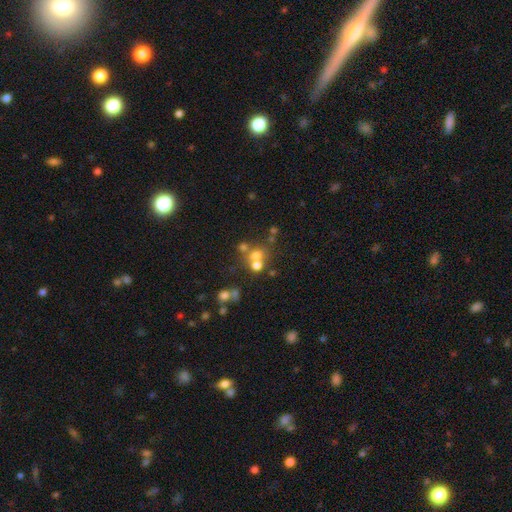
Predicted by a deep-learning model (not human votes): smooth 60%, star or artifact 21%, featured or disk 19%. Down the decision tree: how rounded — round (78%); merging — none (44%).